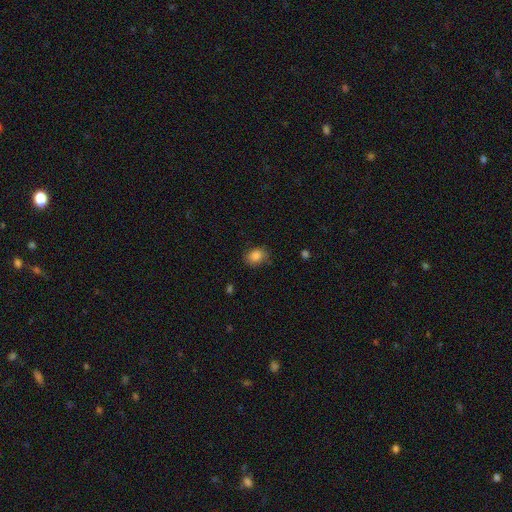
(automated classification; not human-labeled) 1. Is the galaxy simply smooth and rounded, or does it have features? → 85% smooth, 10% star or artifact, 5% featured or disk.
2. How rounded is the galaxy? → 51% round, 48% in between, 1% cigar-shaped.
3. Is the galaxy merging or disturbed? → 73% none, 21% minor disturbance, 5% major disturbance, 2% merger.